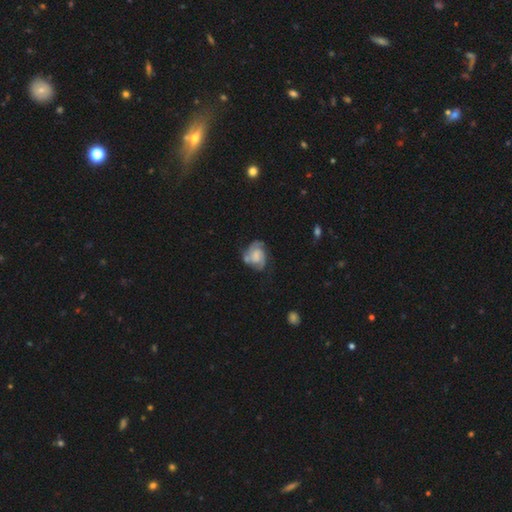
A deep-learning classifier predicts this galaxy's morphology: A featured or disk galaxy (73%) with no bar (57%), 2 (49%) tight (44%) spiral arms (92%) and no central bulge (32%). Merging: none (51%).